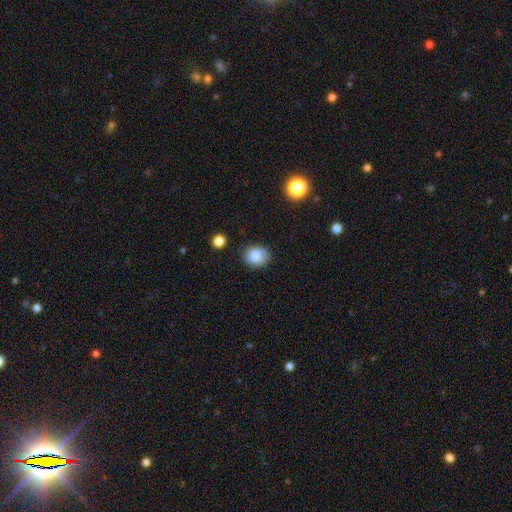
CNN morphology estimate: Smooth or featured? smooth (86%)
How rounded? round (67%)
Merging? none (83%)